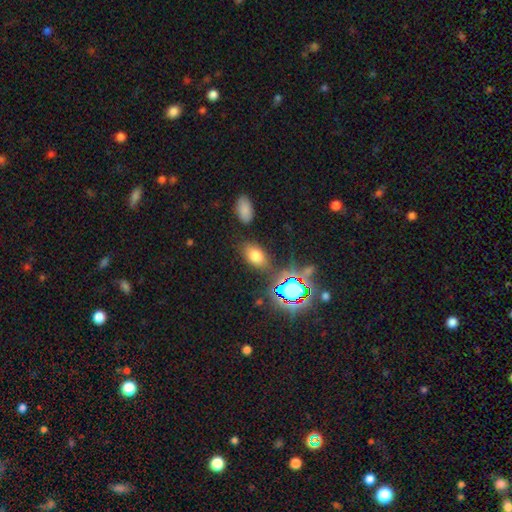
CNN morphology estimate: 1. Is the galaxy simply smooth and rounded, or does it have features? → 69% smooth, 20% star or artifact, 11% featured or disk.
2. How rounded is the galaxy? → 88% in between, 10% round, 2% cigar-shaped.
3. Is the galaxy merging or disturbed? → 78% none, 13% minor disturbance, 5% merger, 4% major disturbance.